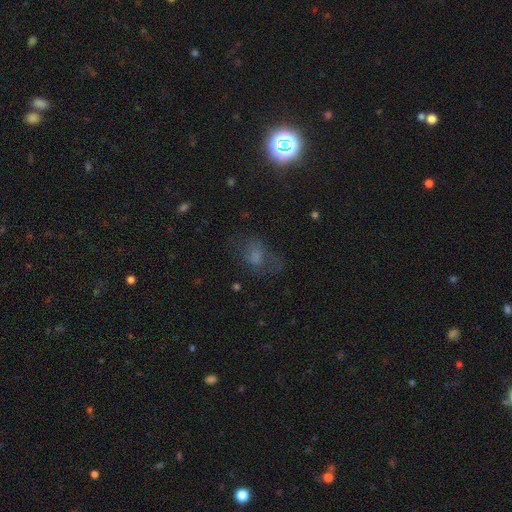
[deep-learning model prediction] A smooth galaxy with no disk features (48%). Merging: none (53%).